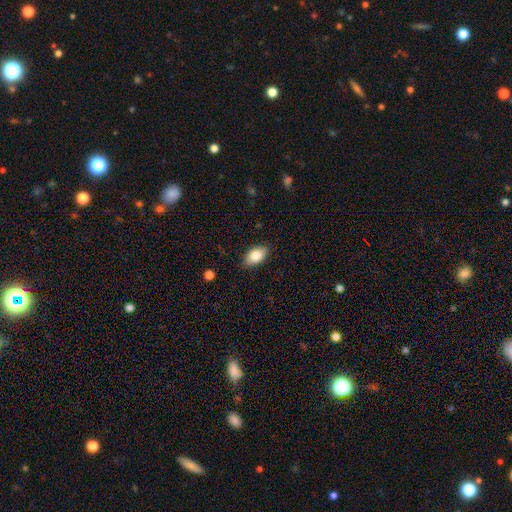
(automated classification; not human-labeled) Smooth or featured: smooth — 83% (featured or disk — 10%)
How rounded: in between — 91% (round — 6%)
Merging: none — 85% (minor disturbance — 12%)